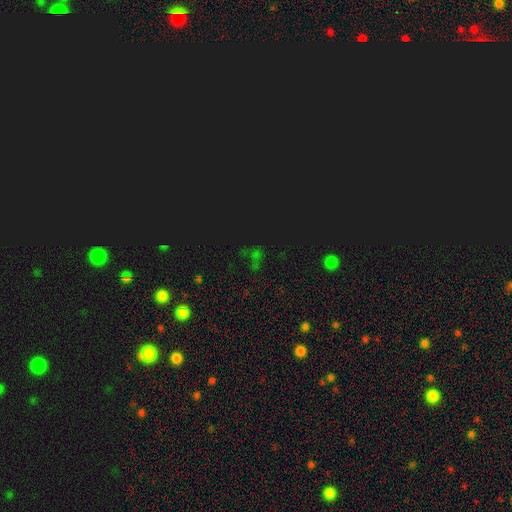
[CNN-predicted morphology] The model was most divided on "smooth or featured": star or artifact: 69%, smooth: 23%, featured or disk: 9%.